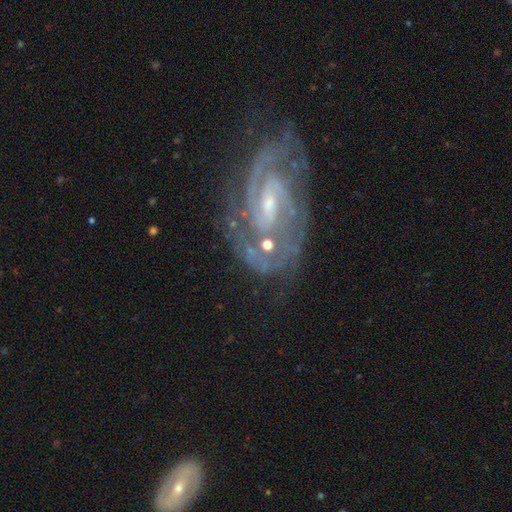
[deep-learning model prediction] This appears to be a featured or disk galaxy (90%) with a weak bar (50%), 2 (66%) tight (56%) spiral arms (97%) and a small central bulge (63%). Merging: none (63%).